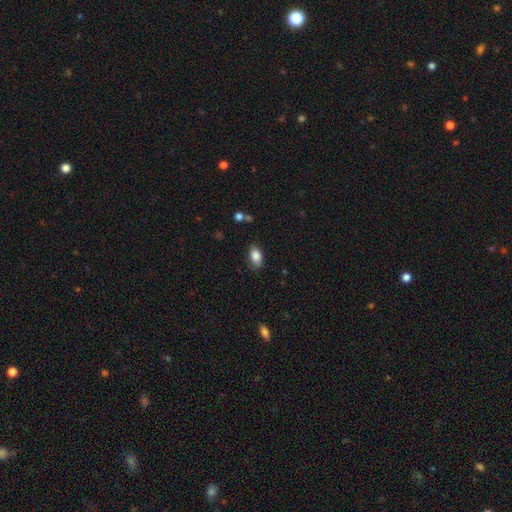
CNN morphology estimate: The model was most divided on "merging": none: 80%, minor disturbance: 15%, major disturbance: 3%, merger: 2%. More confident: how rounded — in between (88%); smooth or featured — smooth (86%).